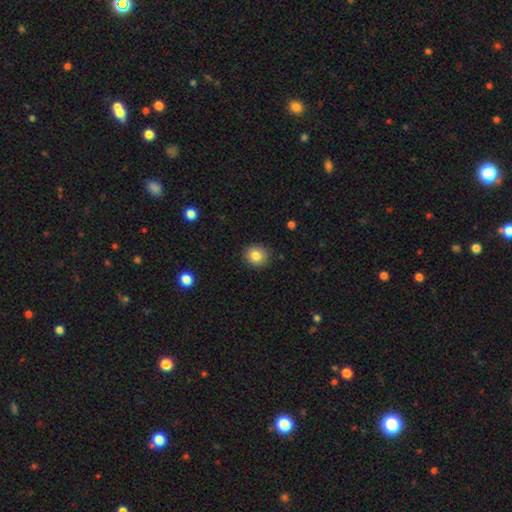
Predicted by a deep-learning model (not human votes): A smooth galaxy with no disk features (83%) that is round (88%). Merging: none (90%).